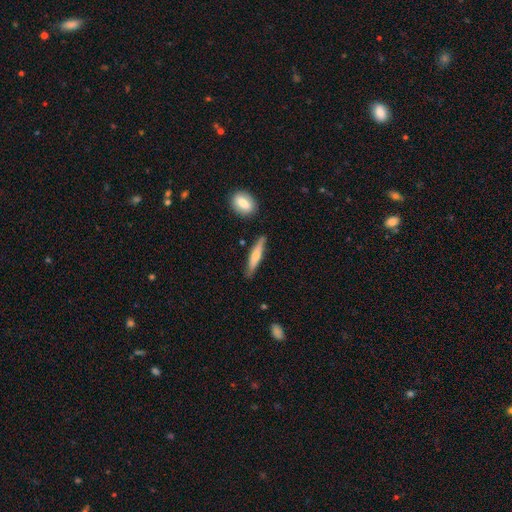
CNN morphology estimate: Q: Smooth or featured?
A: smooth (57%); runner-up: featured or disk (37%)
Q: How rounded?
A: cigar-shaped (85%); runner-up: in between (13%)
Q: Merging?
A: none (79%); runner-up: minor disturbance (15%)